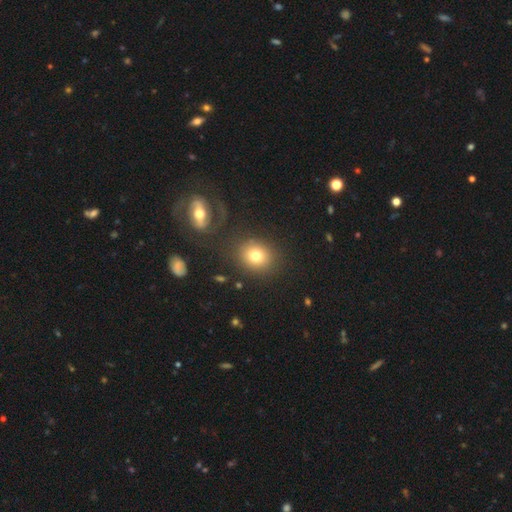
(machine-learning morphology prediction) type=smooth (78%); roundness=round (68%); merging=none (82%).